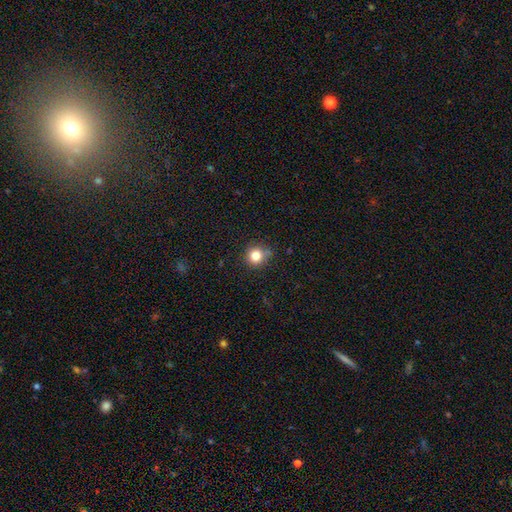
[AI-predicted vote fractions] Q: Smooth or featured?
A: smooth (81%); runner-up: star or artifact (13%)
Q: How rounded?
A: round (89%); runner-up: in between (10%)
Q: Merging?
A: none (77%); runner-up: minor disturbance (17%)